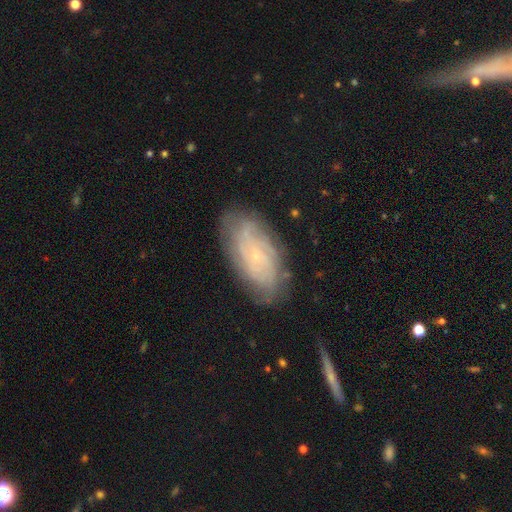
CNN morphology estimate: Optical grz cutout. It shows a featured or disk galaxy (69%) with no bar (78%), tight (66%) spiral arms (87%) and a small central bulge (85%). Merging: none (76%).